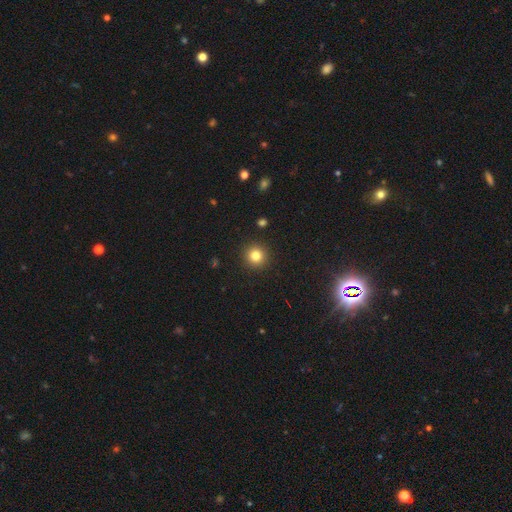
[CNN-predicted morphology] type=smooth (82%); roundness=round (94%); merging=none (92%).